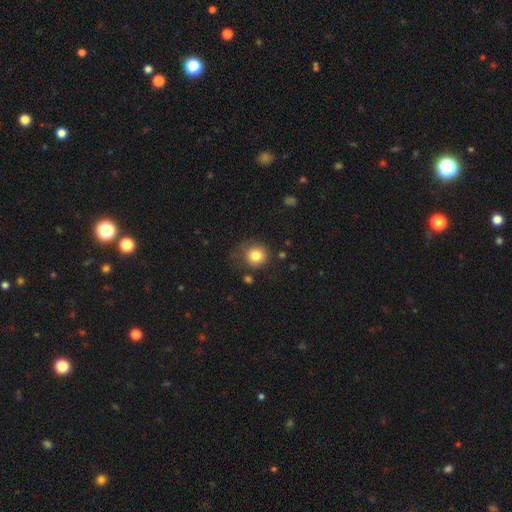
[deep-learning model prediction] smooth_or_featured: smooth (p=0.82) [alt: star or artifact p=0.10]
how_rounded: round (p=0.89) [alt: in between p=0.10]
merging: none (p=0.67) [alt: minor disturbance p=0.20]